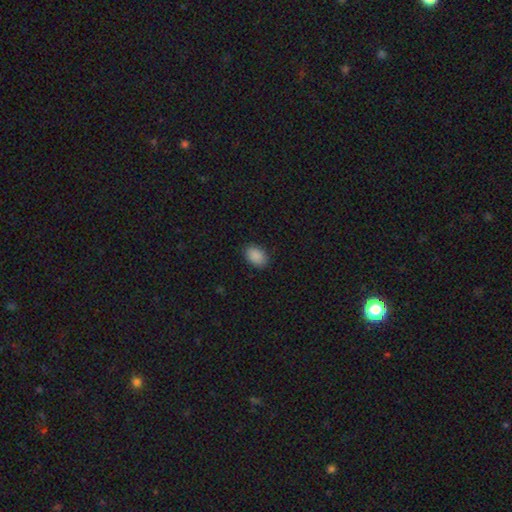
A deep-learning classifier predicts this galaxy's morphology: Overall: smooth (89%). How rounded: in between (86%). Merging: none (88%).